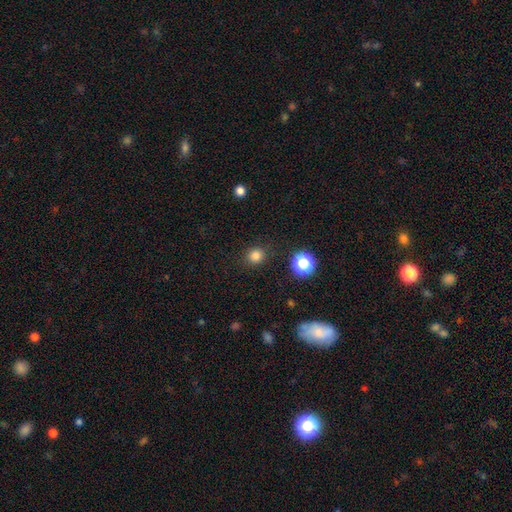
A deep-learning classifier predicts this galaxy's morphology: smooth-or-featured: smooth: 81% | star or artifact: 15% | featured or disk: 4%
  how-rounded: round: 85% | in between: 14% | cigar-shaped: 1%
  merging: none: 88% | minor disturbance: 8% | major disturbance: 3% | merger: 2%